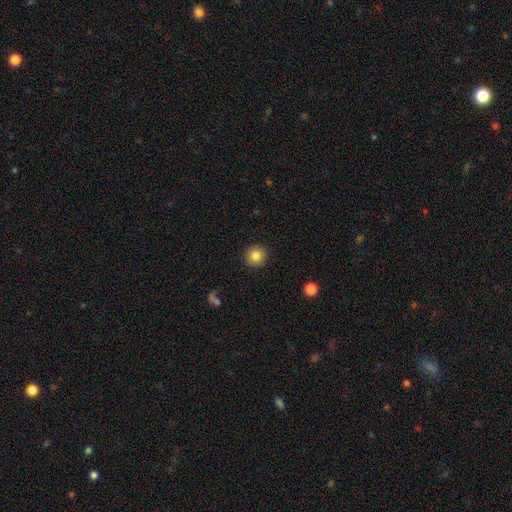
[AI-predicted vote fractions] Smooth or featured? Predicted: smooth (p=0.83). How rounded? Predicted: round (p=0.90). Merging? Predicted: none (p=0.92).